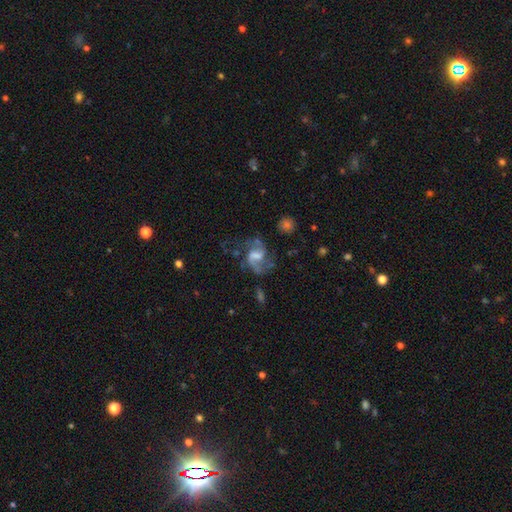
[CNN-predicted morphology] type=featured or disk (77%); edge-on=no (97%); bar=weak (52%); spiral arms=yes (89%); winding=loose (53%); arm count=2 (82%); bulge=moderate (35%); merging=none (50%).